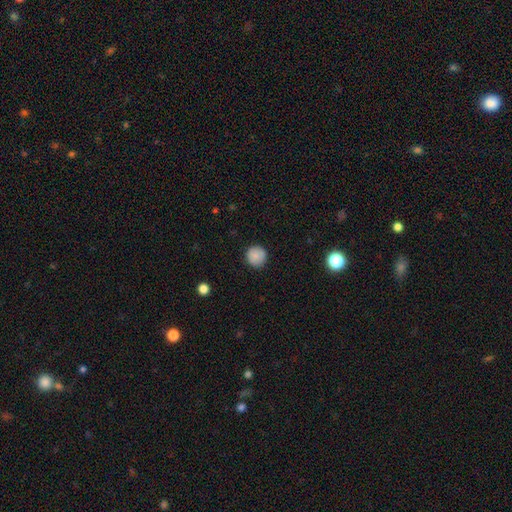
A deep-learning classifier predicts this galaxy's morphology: smooth_or_featured: smooth (p=0.85) [alt: star or artifact p=0.09]
how_rounded: round (p=0.95) [alt: in between p=0.04]
merging: none (p=0.89) [alt: minor disturbance p=0.08]